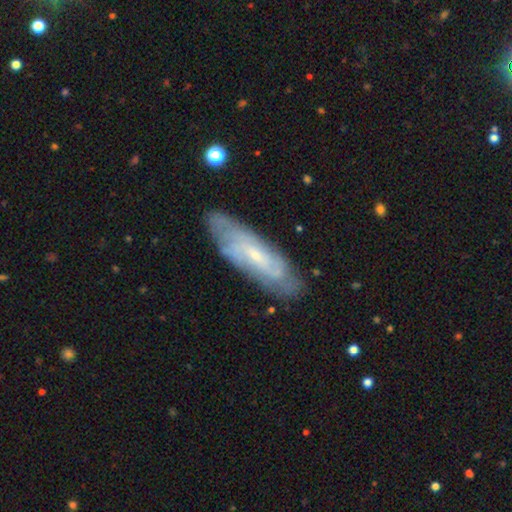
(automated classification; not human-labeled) Smooth or featured? Predicted: featured or disk (p=0.66). Edge-on disk? Predicted: no (p=0.73). Merging? Predicted: none (p=0.81).